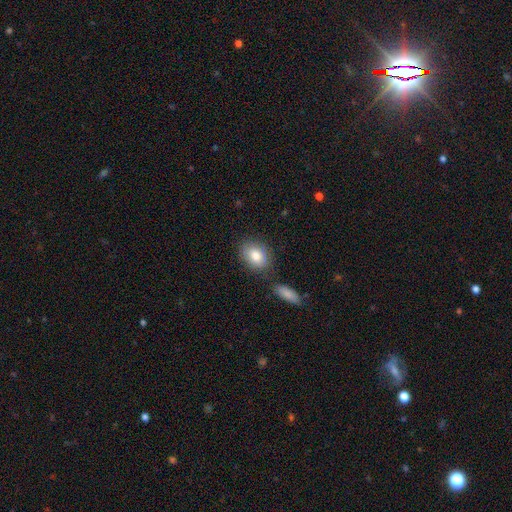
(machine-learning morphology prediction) Overall: smooth (80%). How rounded: in between (73%). Merging: none (75%).